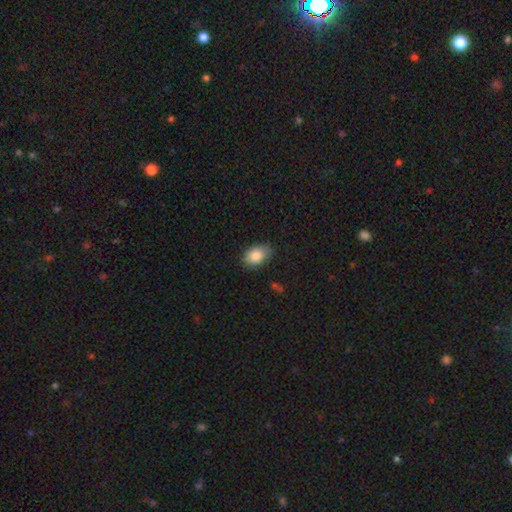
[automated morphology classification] A smooth galaxy with no disk features (86%) that is in between round and cigar-shaped (86%). Merging: none (78%).